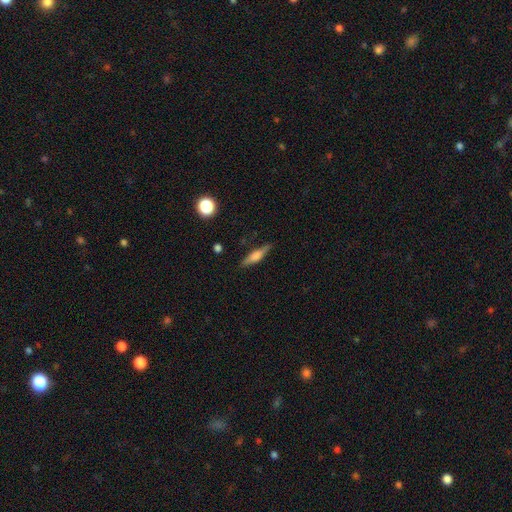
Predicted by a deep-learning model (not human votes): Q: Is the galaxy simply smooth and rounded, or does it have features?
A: smooth — 51%.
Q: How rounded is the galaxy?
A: cigar-shaped — 75%.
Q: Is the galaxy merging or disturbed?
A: none — 83%.